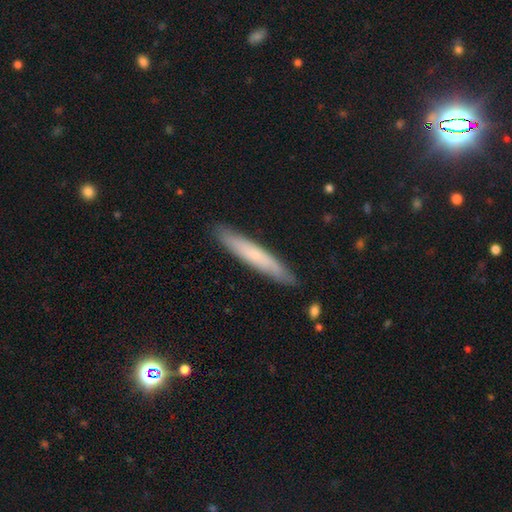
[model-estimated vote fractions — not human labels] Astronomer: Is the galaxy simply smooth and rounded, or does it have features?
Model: smooth — 61%.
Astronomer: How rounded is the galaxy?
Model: cigar-shaped — 93%.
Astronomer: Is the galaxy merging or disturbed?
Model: none — 87%.